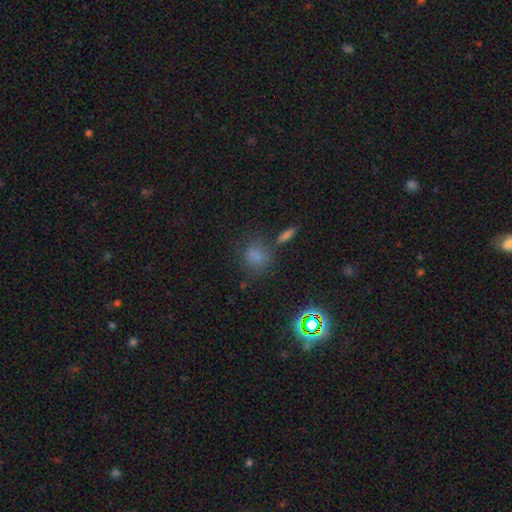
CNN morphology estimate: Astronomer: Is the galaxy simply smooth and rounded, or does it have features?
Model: smooth — 69%.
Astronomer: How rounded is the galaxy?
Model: round — 79%.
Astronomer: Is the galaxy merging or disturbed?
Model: none — 66%.